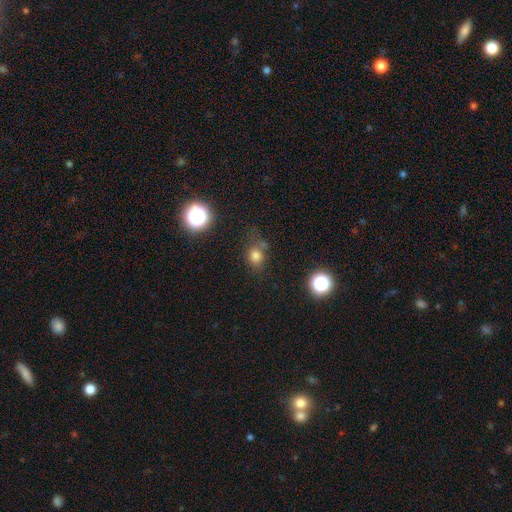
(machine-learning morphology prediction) Q: Smooth or featured?
A: smooth (73%); runner-up: star or artifact (19%)
Q: How rounded?
A: round (67%); runner-up: in between (32%)
Q: Merging?
A: none (64%); runner-up: minor disturbance (19%)